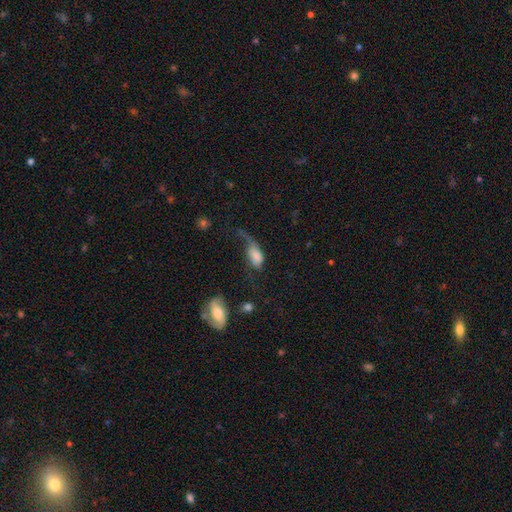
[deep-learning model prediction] The model was most divided on "smooth or featured": smooth: 62%, featured or disk: 30%, star or artifact: 9%. More confident: how rounded — in between (88%); merging — major disturbance (55%).